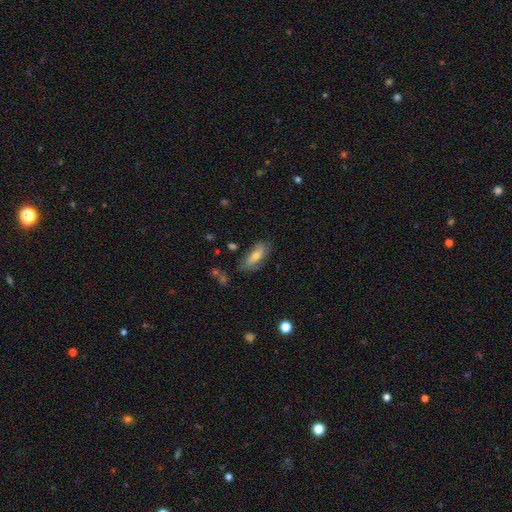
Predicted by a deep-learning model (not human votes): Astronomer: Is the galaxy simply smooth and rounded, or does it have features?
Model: smooth — 55% (runner-up: featured or disk, 37%).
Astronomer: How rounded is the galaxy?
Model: in between — 74%.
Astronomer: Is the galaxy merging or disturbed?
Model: none — 77%.